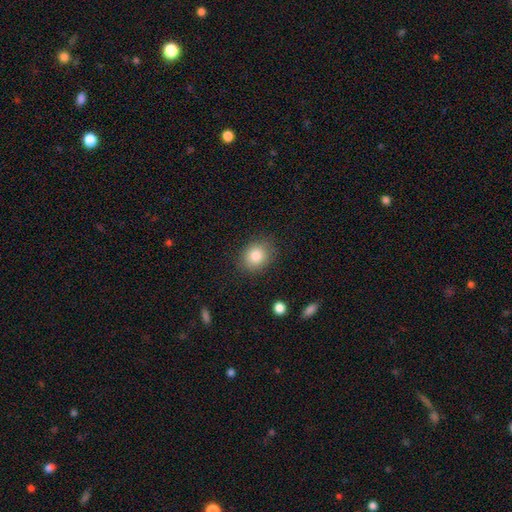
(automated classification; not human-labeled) This appears to be a smooth galaxy with no disk features (82%) that is round (62%). Merging: none (84%).